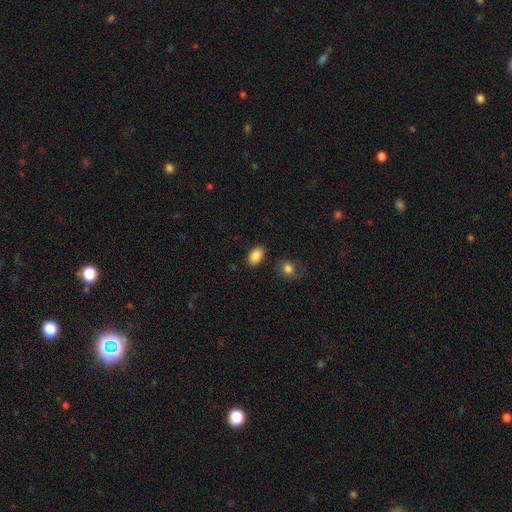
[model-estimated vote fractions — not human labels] Smooth or featured?
  - smooth: 88% *
  - star or artifact: 8%
  - featured or disk: 5%
How rounded?
  - in between: 89% *
  - round: 10%
  - cigar-shaped: 1%
Merging?
  - none: 84% *
  - minor disturbance: 10%
  - merger: 3%
  - major disturbance: 3%